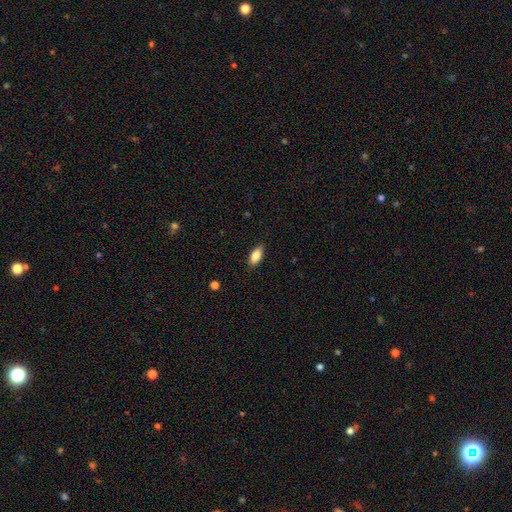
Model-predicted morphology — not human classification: Smooth or featured: smooth — 83% (featured or disk — 10%)
How rounded: in between — 85% (cigar-shaped — 13%)
Merging: none — 86% (minor disturbance — 11%)